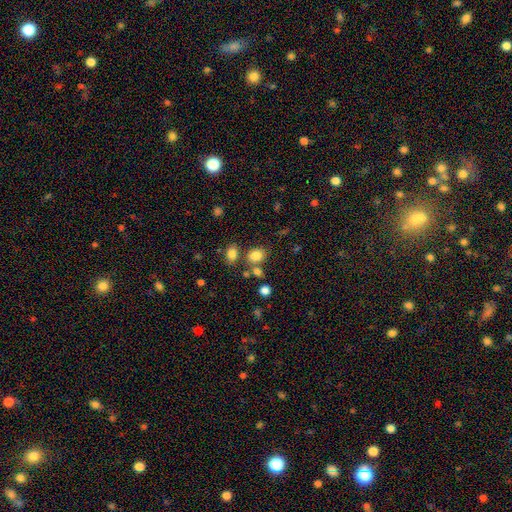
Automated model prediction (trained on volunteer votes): smooth-or-featured: smooth: 81% | star or artifact: 13% | featured or disk: 6%
  how-rounded: in between: 58% | round: 41% | cigar-shaped: 1%
  merging: none: 65% | merger: 17% | minor disturbance: 12% | major disturbance: 5%